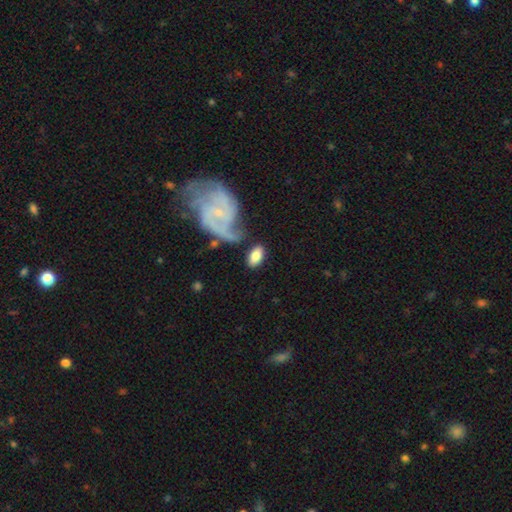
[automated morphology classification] A smooth galaxy with no disk features (77%) that is in between round and cigar-shaped (93%).

Vote fractions:
- Smooth or featured? smooth: 77% / featured or disk: 18% / star or artifact: 6%
- How rounded? in between: 93% / round: 4% / cigar-shaped: 3%
- Merging? none: 66% / minor disturbance: 16% / merger: 10% / major disturbance: 8%